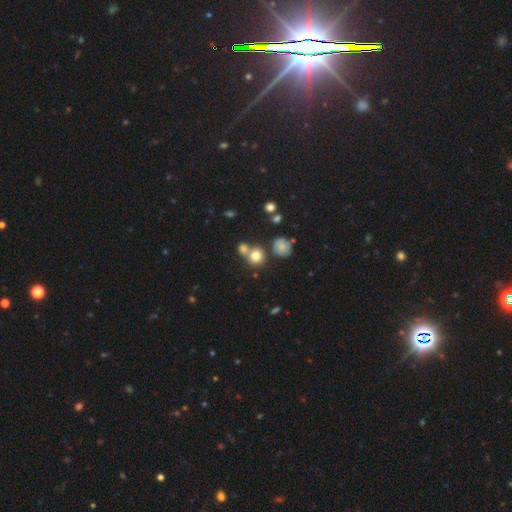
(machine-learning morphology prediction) type=smooth (77%); roundness=round (85%); merging=none (52%).